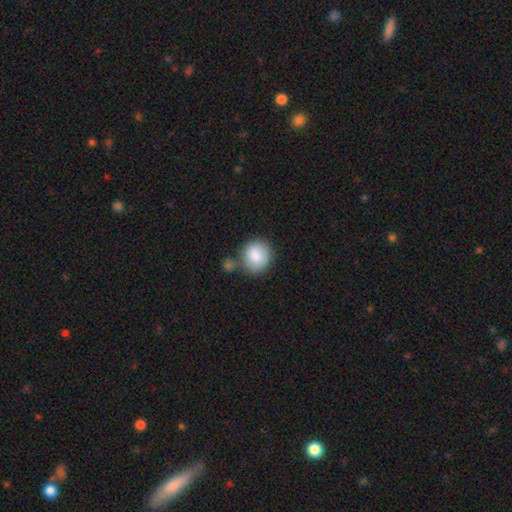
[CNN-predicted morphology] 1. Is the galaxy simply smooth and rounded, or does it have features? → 87% smooth, 7% featured or disk, 7% star or artifact.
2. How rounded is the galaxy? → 78% round, 21% in between, 1% cigar-shaped.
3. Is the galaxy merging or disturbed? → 59% none, 19% merger, 16% minor disturbance, 6% major disturbance.